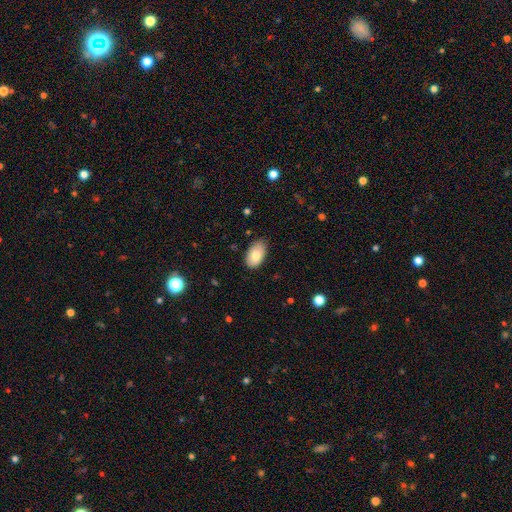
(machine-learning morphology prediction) The model was most divided on "merging": none: 77%, minor disturbance: 20%, major disturbance: 3%, merger: 1%. More confident: how rounded — in between (93%); smooth or featured — smooth (77%).